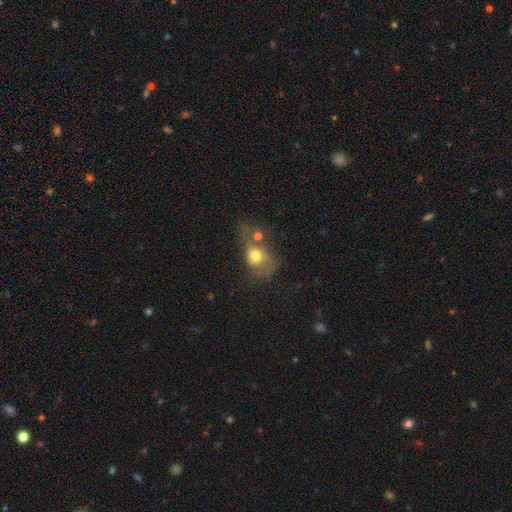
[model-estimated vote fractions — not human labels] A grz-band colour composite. It shows a smooth galaxy with no disk features (67%) that is in between round and cigar-shaped (50%). Merging: merger (34%).